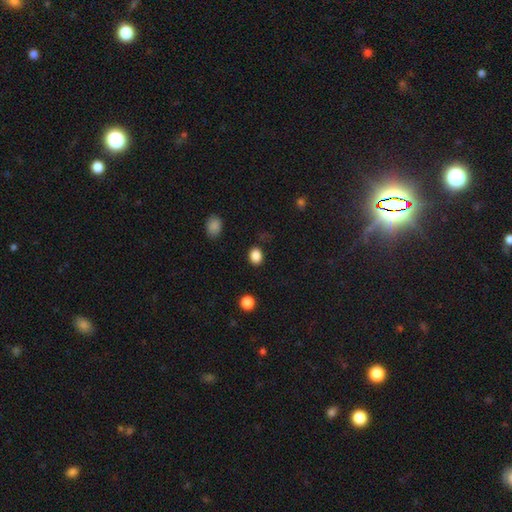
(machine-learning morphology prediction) Smooth or featured?
  - smooth: 86% *
  - star or artifact: 11%
  - featured or disk: 3%
How rounded?
  - in between: 50% *
  - round: 49%
  - cigar-shaped: 1%
Merging?
  - none: 86% *
  - minor disturbance: 10%
  - major disturbance: 3%
  - merger: 2%